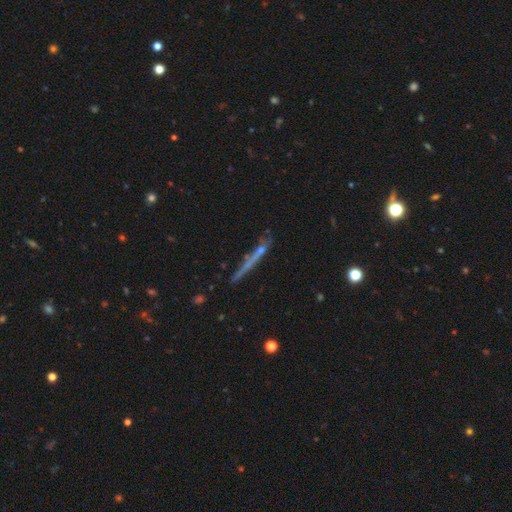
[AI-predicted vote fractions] smooth_or_featured: featured or disk (p=0.48) [alt: smooth p=0.42]
merging: none (p=0.75) [alt: minor disturbance p=0.16]